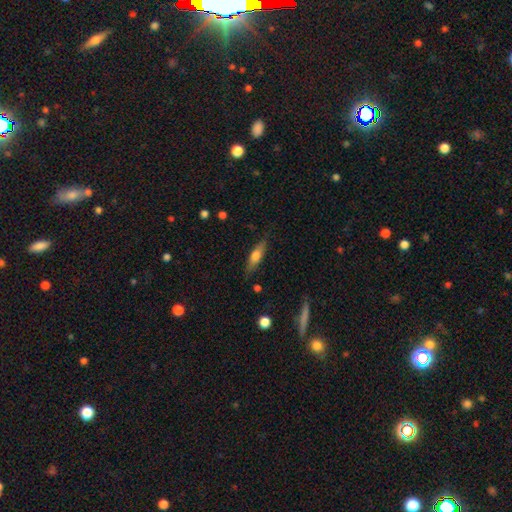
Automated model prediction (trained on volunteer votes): This appears to be a smooth galaxy with no disk features (60%) that is cigar-shaped (55%). Merging: none (82%).